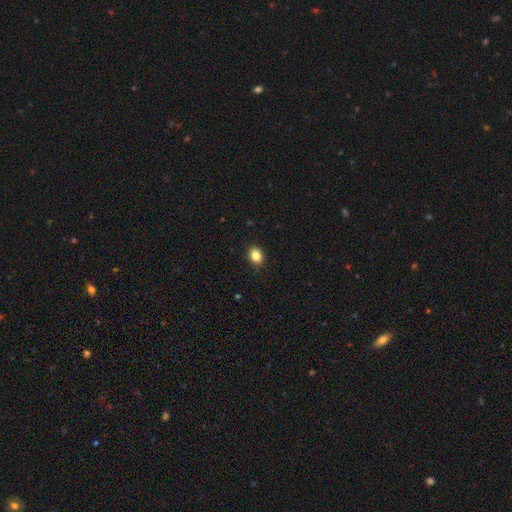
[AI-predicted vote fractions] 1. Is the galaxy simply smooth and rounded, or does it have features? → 84% smooth, 11% star or artifact, 5% featured or disk.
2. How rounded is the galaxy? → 59% round, 41% in between, 1% cigar-shaped.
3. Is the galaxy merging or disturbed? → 88% none, 9% minor disturbance, 2% major disturbance, 1% merger.